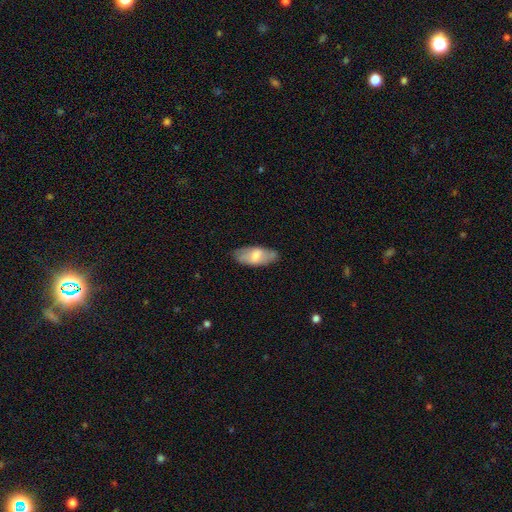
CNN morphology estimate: smooth-or-featured: smooth: 64% | featured or disk: 30% | star or artifact: 6%
  how-rounded: in between: 87% | cigar-shaped: 11% | round: 2%
  merging: none: 78% | minor disturbance: 18% | major disturbance: 4% | merger: 1%